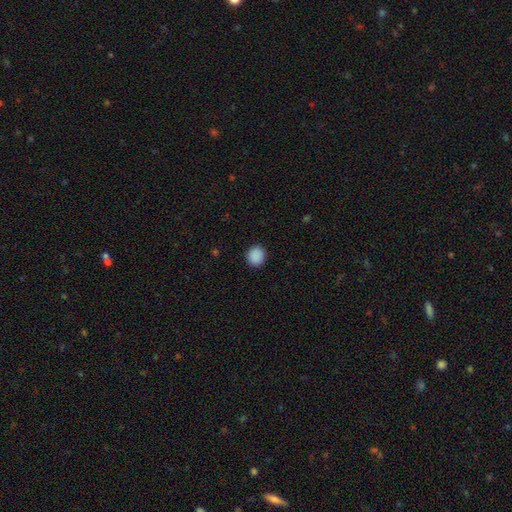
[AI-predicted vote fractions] Morphology: type=smooth (89%); roundness=round (85%); merging=none (91%).